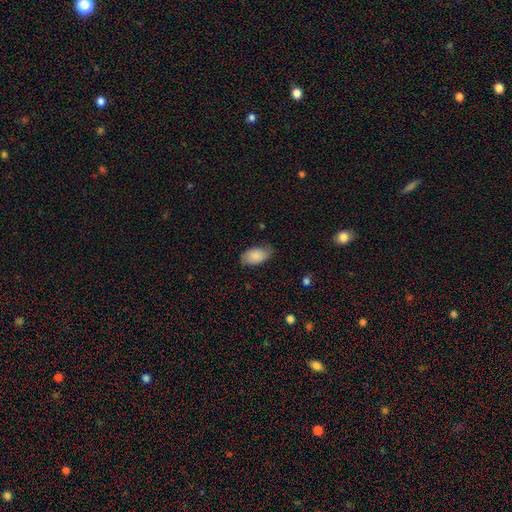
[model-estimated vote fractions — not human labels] This is clearly a smooth galaxy (85%). How rounded: clearly in between (94%). Merging: likely none (75%).